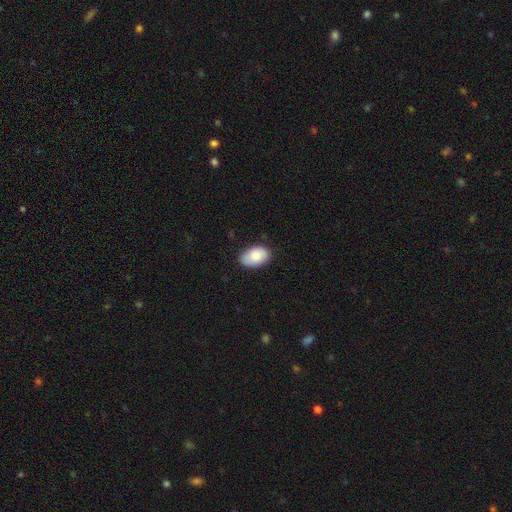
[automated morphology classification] Q: Smooth or featured?
A: smooth (85%); runner-up: featured or disk (9%)
Q: How rounded?
A: in between (92%); runner-up: round (7%)
Q: Merging?
A: none (79%); runner-up: minor disturbance (17%)